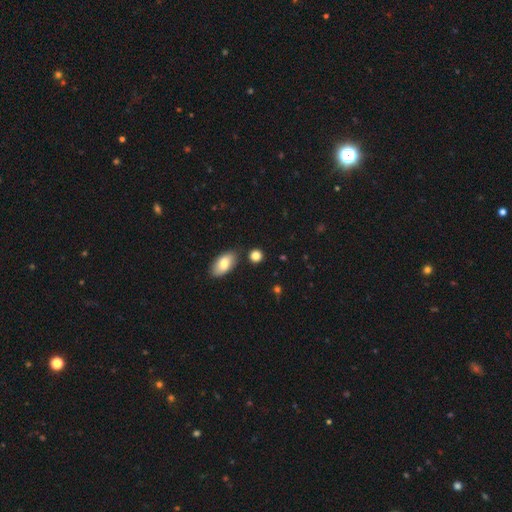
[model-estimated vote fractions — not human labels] This is clearly a smooth galaxy (84%). How rounded: likely round (73%). Merging: clearly none (81%).